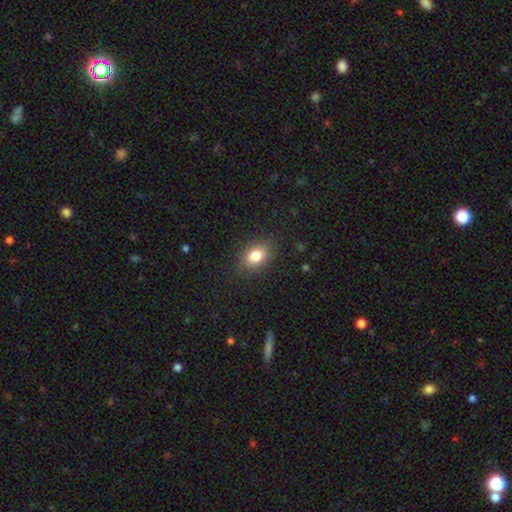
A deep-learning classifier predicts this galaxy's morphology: Smooth or featured? smooth (82%)
How rounded? in between (72%)
Merging? none (86%)